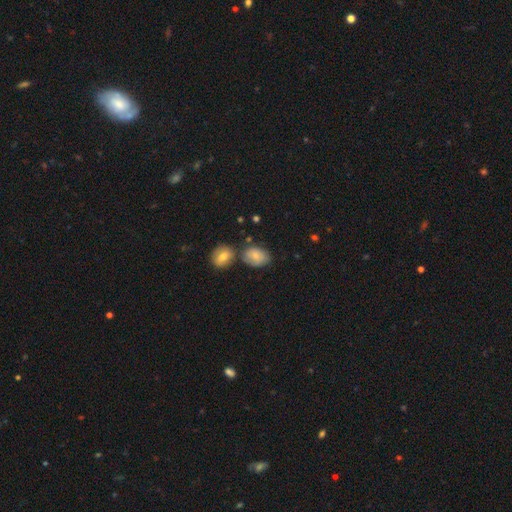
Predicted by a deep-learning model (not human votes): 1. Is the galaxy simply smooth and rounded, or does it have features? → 77% smooth, 15% featured or disk, 8% star or artifact.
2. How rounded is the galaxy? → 78% in between, 21% round, 1% cigar-shaped.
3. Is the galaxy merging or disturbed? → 53% none, 23% merger, 19% minor disturbance, 5% major disturbance.